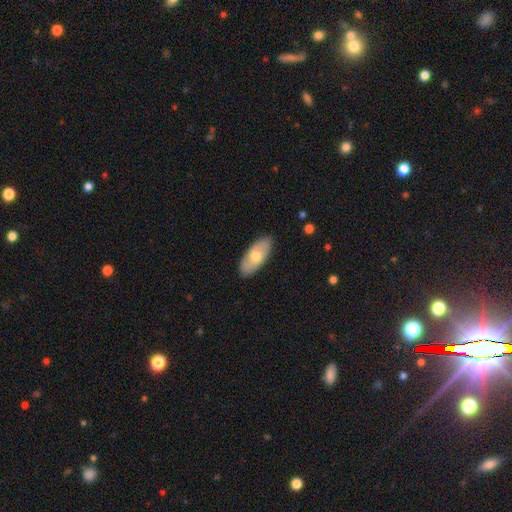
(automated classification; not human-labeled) Overall: smooth (67%; featured or disk 28%). How rounded: in between (87%). Merging: none (87%).